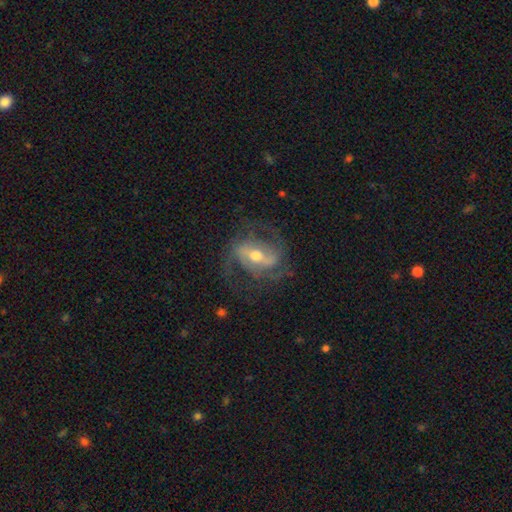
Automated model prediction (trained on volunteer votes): featured or disk 83%, smooth 11%, star or artifact 6%. Down the decision tree: edge-on disk — no (95%); bar — strong (44%); spiral arms — yes (91%); spiral arm count — 2 (73%); spiral winding — medium (51%); bulge size — moderate (67%); merging — none (64%).